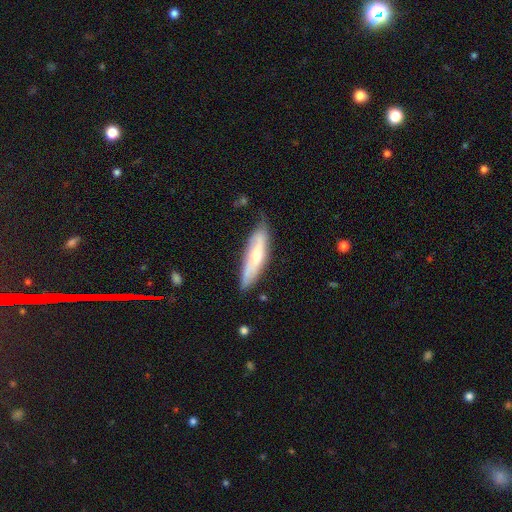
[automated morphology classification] Smooth or featured? Predicted: smooth (p=0.60). How rounded? Predicted: cigar-shaped (p=0.70). Merging? Predicted: none (p=0.67).